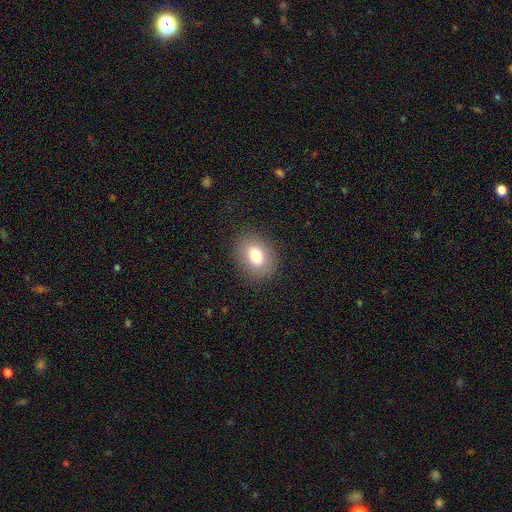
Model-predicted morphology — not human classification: Smooth or featured? smooth (76%)
How rounded? in between (58%)
Merging? none (87%)